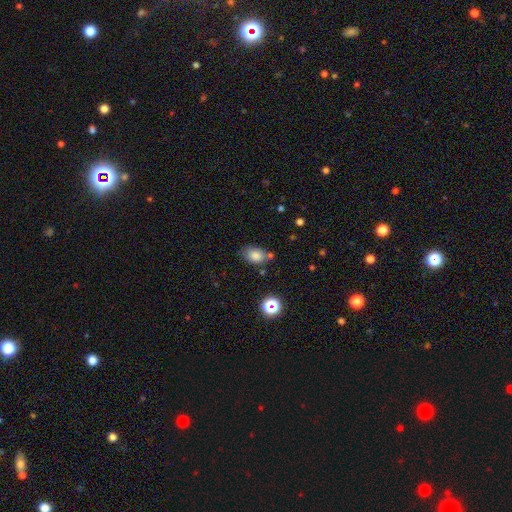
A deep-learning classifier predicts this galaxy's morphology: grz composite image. It shows a smooth galaxy with no disk features (82%) that is in between round and cigar-shaped (78%). Merging: none (68%).